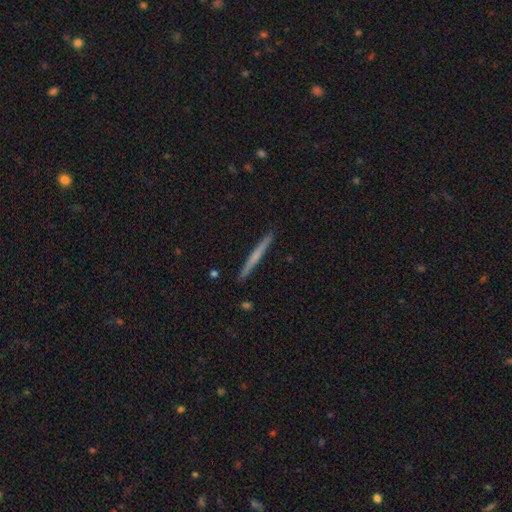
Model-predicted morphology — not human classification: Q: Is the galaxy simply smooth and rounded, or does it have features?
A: featured or disk — 48%.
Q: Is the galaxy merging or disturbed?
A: none — 92%.